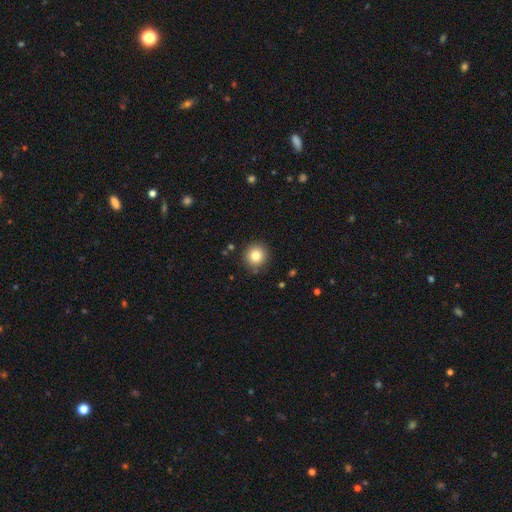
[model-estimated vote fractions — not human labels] Smooth or featured?
  - smooth: 81% *
  - star or artifact: 11%
  - featured or disk: 8%
How rounded?
  - round: 94% *
  - in between: 5%
  - cigar-shaped: 1%
Merging?
  - none: 88% *
  - minor disturbance: 7%
  - major disturbance: 2%
  - merger: 2%